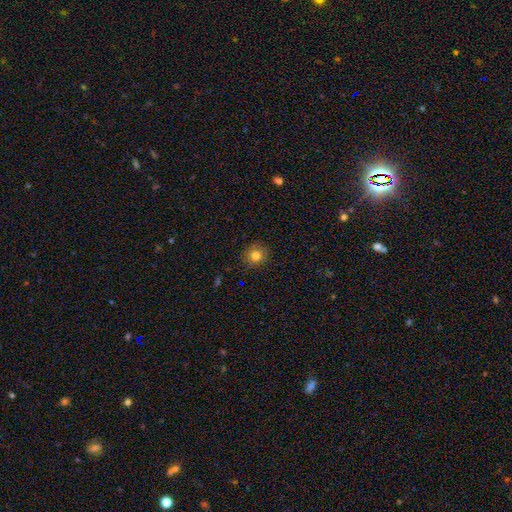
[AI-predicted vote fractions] The model was most divided on "smooth or featured": smooth: 81%, star or artifact: 11%, featured or disk: 8%. More confident: how rounded — round (89%); merging — none (87%).